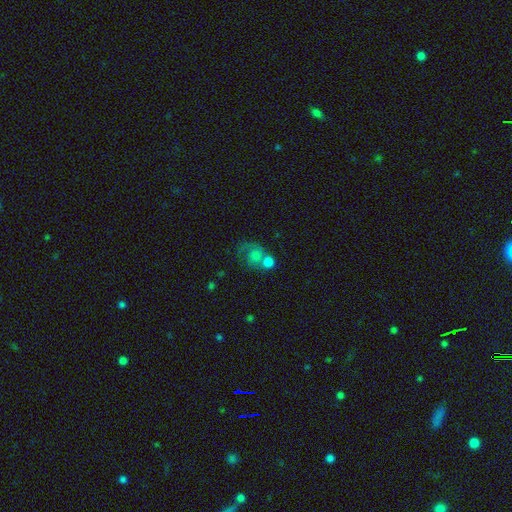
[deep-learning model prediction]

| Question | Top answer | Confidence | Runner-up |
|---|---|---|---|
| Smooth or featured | smooth | 53% | featured or disk (32%) |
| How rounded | round | 68% | in between (30%) |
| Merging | merger | 35% | none (31%) |